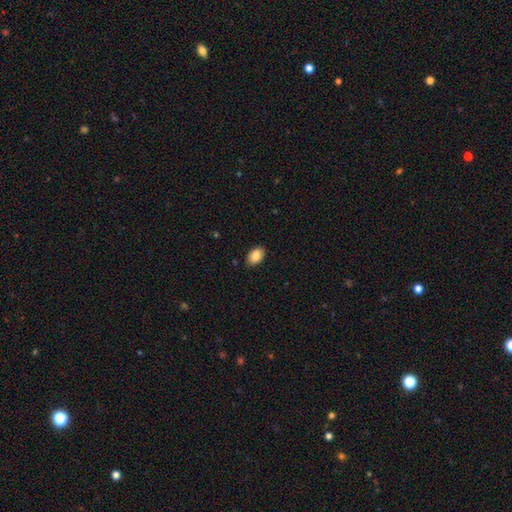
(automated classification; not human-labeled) A smooth galaxy with no disk features (88%) that is in between round and cigar-shaped (90%). Merging: none (87%).